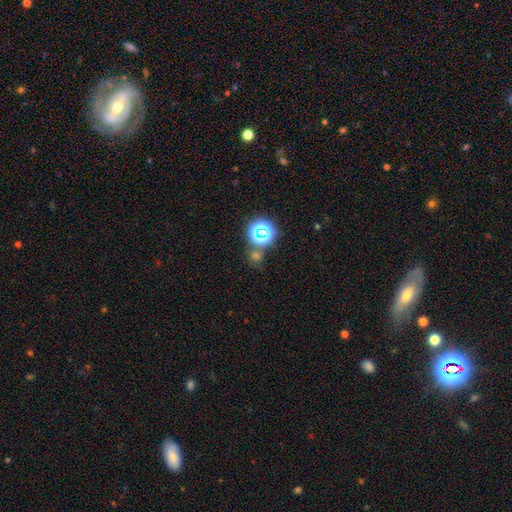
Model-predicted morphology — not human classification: Smooth or featured? star or artifact (51%)